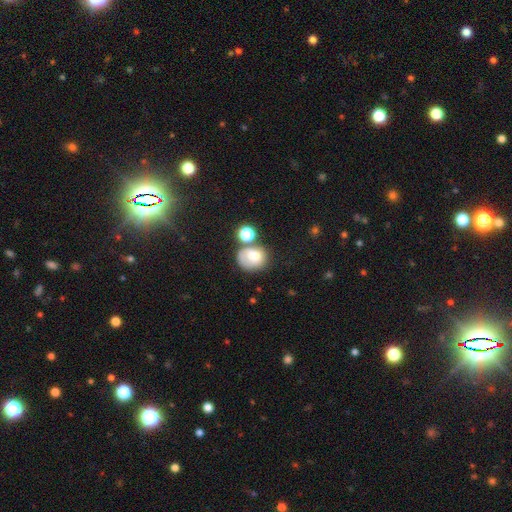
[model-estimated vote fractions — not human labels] A smooth galaxy with no disk features (69%) that is round (64%).

Vote fractions:
- Smooth or featured? smooth: 69% / featured or disk: 19% / star or artifact: 12%
- How rounded? round: 64% / in between: 35% / cigar-shaped: 1%
- Merging? none: 40% / merger: 27% / minor disturbance: 20% / major disturbance: 13%